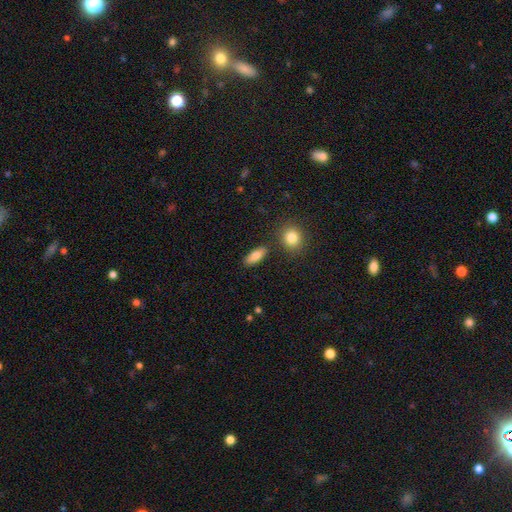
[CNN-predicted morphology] smooth-or-featured: smooth: 84% | featured or disk: 9% | star or artifact: 7%
  how-rounded: in between: 78% | cigar-shaped: 18% | round: 5%
  merging: none: 84% | minor disturbance: 9% | merger: 5% | major disturbance: 3%